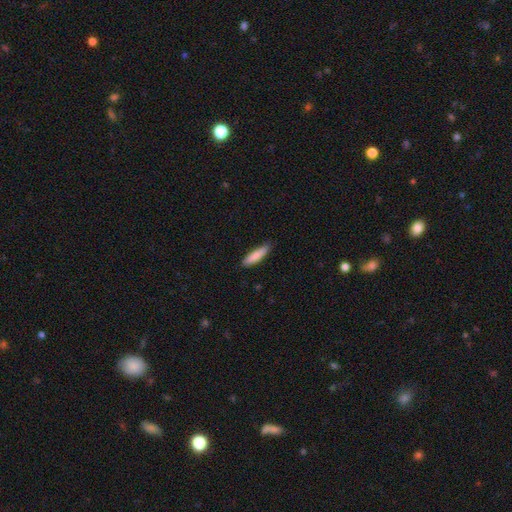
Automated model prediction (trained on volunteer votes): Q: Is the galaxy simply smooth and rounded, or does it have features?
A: smooth — 83%.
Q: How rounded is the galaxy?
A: cigar-shaped — 78%.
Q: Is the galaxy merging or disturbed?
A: none — 86%.